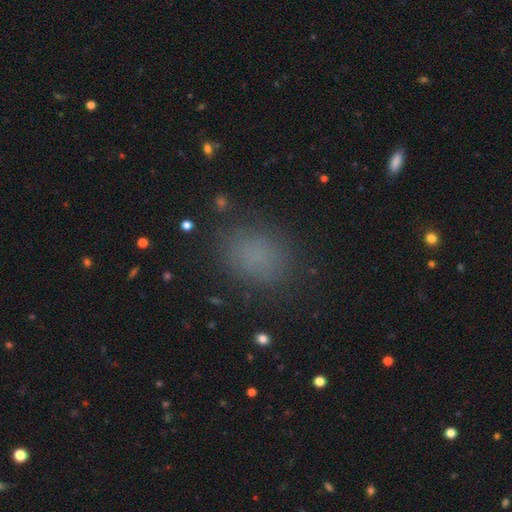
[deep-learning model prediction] A smooth galaxy with no disk features (78%) that is in between round and cigar-shaped (59%).

Vote fractions:
- Smooth or featured? smooth: 78% / star or artifact: 17% / featured or disk: 6%
- How rounded? in between: 59% / round: 40% / cigar-shaped: 1%
- Merging? none: 84% / minor disturbance: 11% / major disturbance: 4% / merger: 1%